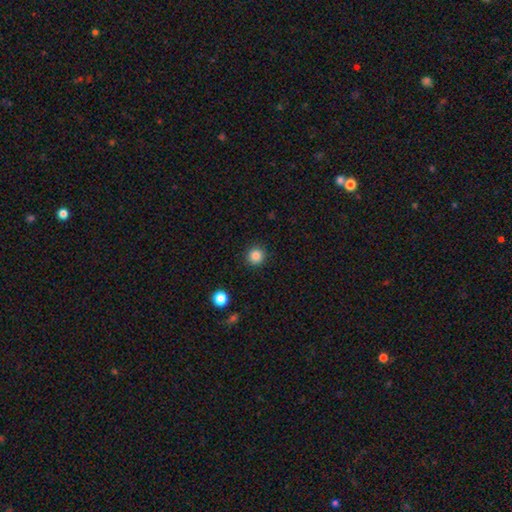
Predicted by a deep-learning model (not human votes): smooth_or_featured: smooth (p=0.85) [alt: star or artifact p=0.11]
how_rounded: round (p=0.95) [alt: in between p=0.04]
merging: none (p=0.92) [alt: minor disturbance p=0.05]